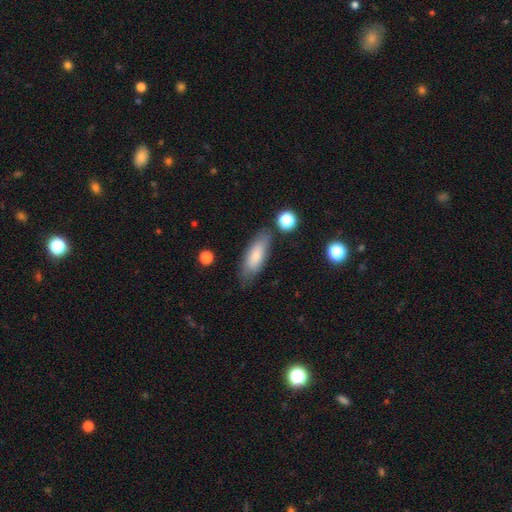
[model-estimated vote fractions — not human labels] This appears to be a smooth galaxy with no disk features (76%) that is in between round and cigar-shaped (65%). Merging: none (74%).